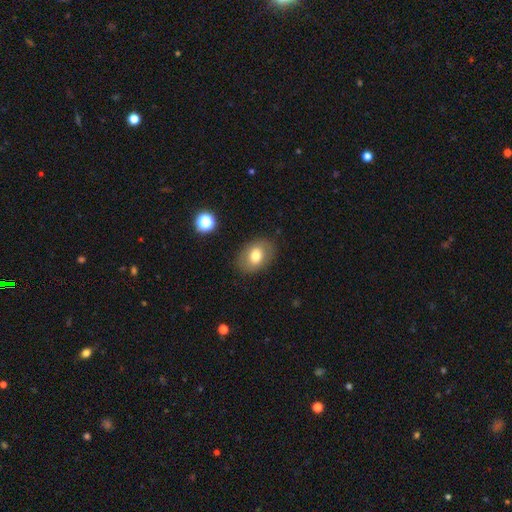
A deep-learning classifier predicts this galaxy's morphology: Smooth or featured? Predicted: smooth (p=0.72). How rounded? Predicted: in between (p=0.71). Merging? Predicted: none (p=0.83).